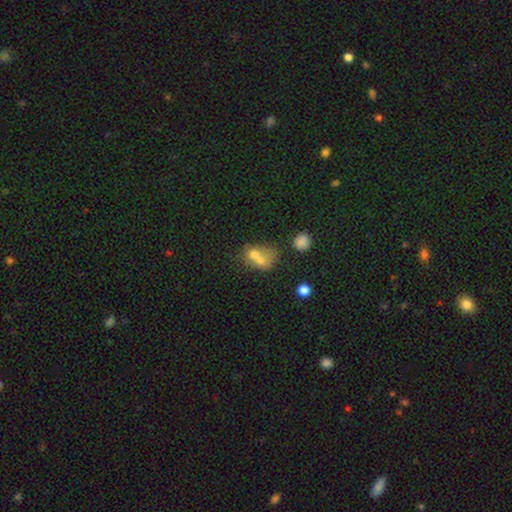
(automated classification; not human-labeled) Morphology: type=smooth (65%); roundness=round (60%); merging=merger (64%).